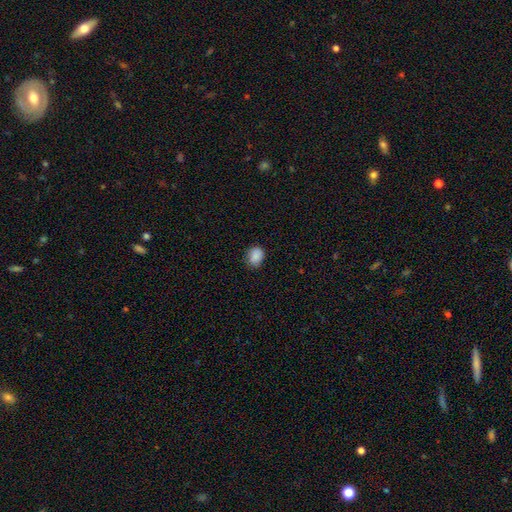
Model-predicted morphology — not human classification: A smooth galaxy with no disk features (88%) that is round (51%).

Vote fractions:
- Smooth or featured? smooth: 88% / star or artifact: 9% / featured or disk: 4%
- How rounded? round: 51% / in between: 48% / cigar-shaped: 1%
- Merging? none: 75% / minor disturbance: 21% / major disturbance: 4% / merger: 1%